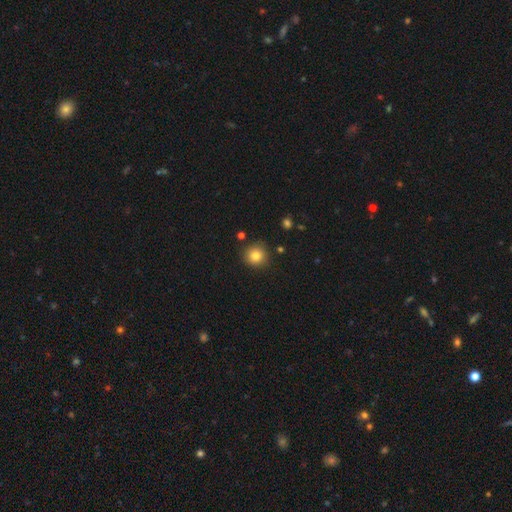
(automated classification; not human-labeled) The model was most divided on "smooth or featured": smooth: 82%, star or artifact: 11%, featured or disk: 7%. More confident: how rounded — round (93%); merging — none (87%).